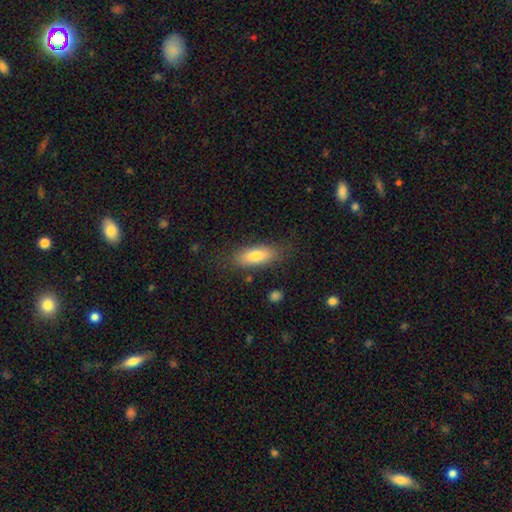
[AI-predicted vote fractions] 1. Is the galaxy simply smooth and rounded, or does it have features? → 77% smooth, 16% featured or disk, 7% star or artifact.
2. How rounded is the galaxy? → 74% in between, 24% cigar-shaped, 3% round.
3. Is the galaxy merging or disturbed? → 79% none, 15% minor disturbance, 5% major disturbance, 2% merger.